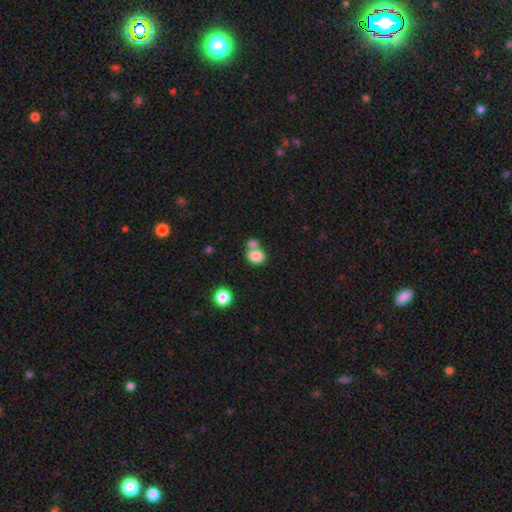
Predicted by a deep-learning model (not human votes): smooth_or_featured: smooth (p=0.83) [alt: star or artifact p=0.10]
how_rounded: round (p=0.51) [alt: in between p=0.48]
merging: none (p=0.46) [alt: merger p=0.40]